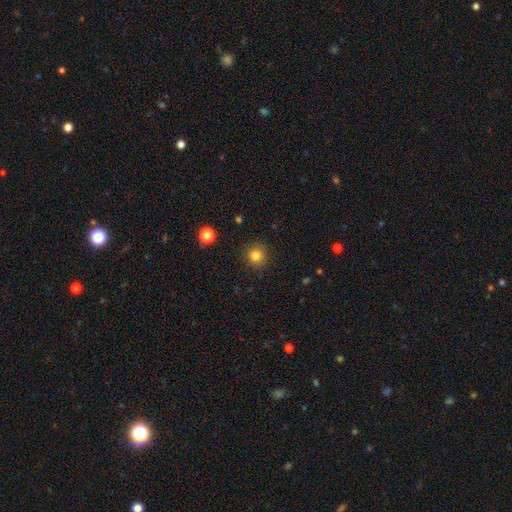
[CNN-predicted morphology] Smooth or featured: smooth — 82% (star or artifact — 13%)
How rounded: round — 93% (in between — 6%)
Merging: none — 89% (minor disturbance — 7%)